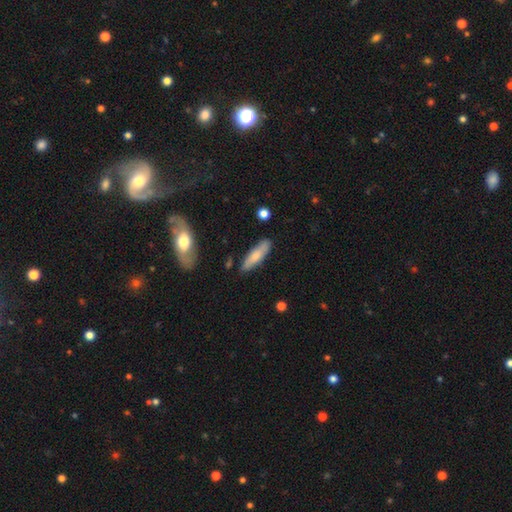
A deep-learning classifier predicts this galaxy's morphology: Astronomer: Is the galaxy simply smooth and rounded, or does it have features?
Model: smooth — 70%.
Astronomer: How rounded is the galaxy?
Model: cigar-shaped — 65%.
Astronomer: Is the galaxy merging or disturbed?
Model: none — 83%.